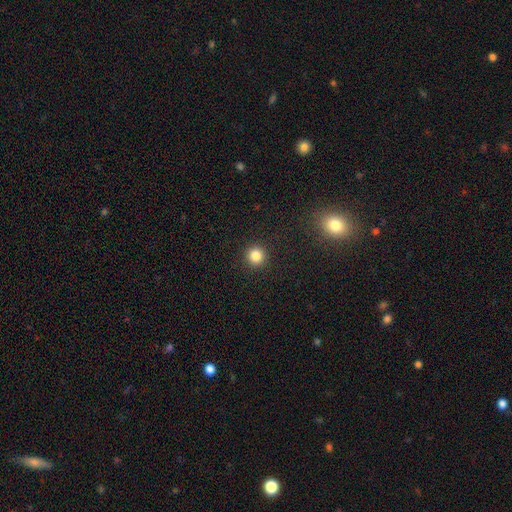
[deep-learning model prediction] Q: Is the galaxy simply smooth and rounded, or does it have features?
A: smooth — 84%.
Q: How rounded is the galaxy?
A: round — 95%.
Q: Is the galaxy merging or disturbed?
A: none — 92%.